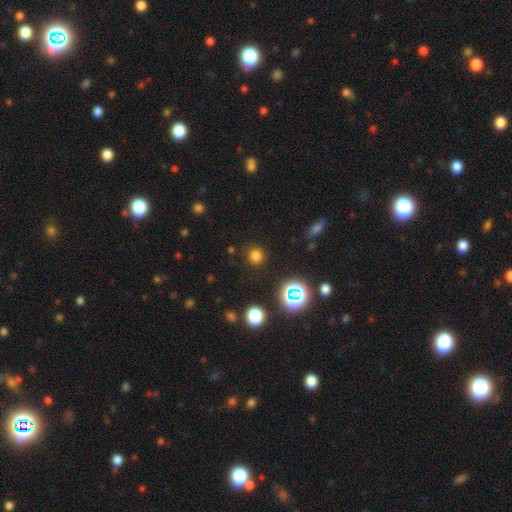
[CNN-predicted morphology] Q: Smooth or featured?
A: smooth (74%); runner-up: star or artifact (21%)
Q: How rounded?
A: round (91%); runner-up: in between (8%)
Q: Merging?
A: none (89%); runner-up: minor disturbance (7%)